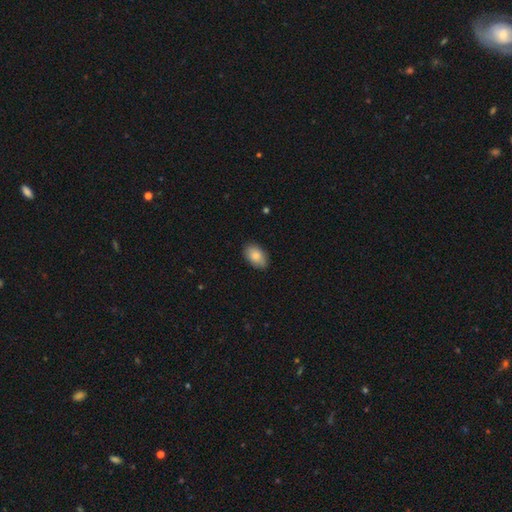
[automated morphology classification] Overall: smooth (85%). How rounded: in between (91%). Merging: none (85%).